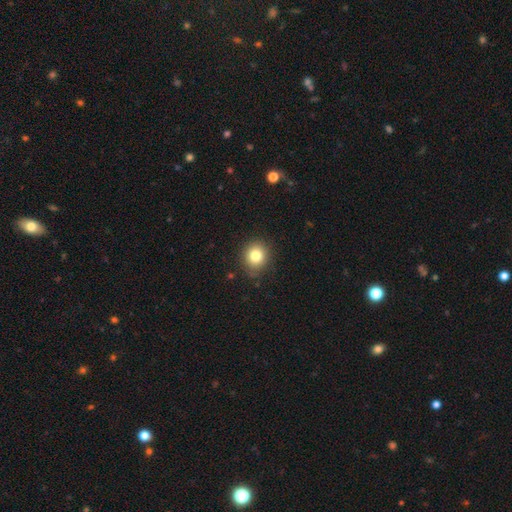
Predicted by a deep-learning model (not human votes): Smooth or featured: smooth — 81% (star or artifact — 11%)
How rounded: round — 82% (in between — 17%)
Merging: none — 85% (minor disturbance — 11%)